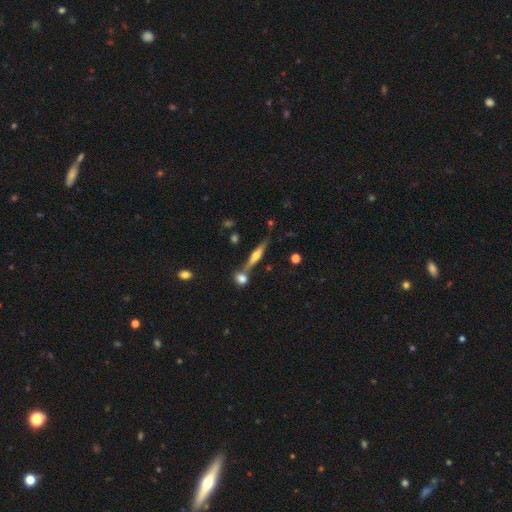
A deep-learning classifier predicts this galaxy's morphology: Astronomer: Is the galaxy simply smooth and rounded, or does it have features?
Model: featured or disk — 65%.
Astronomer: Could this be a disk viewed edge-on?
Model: yes — 96%.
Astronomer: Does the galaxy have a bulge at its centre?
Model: rounded — 86%.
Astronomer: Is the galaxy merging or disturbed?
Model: none — 69%.